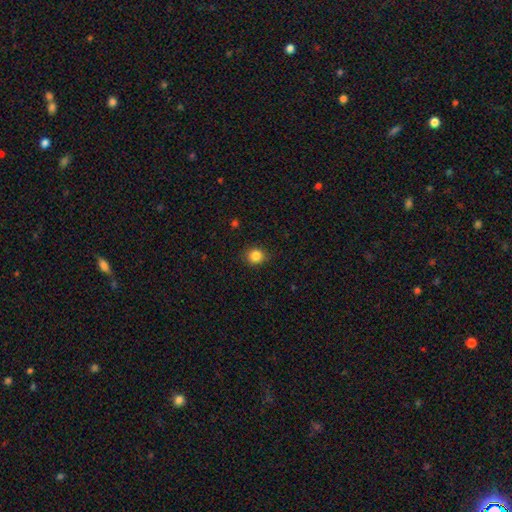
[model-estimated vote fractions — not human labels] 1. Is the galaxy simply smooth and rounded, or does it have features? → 84% smooth, 11% star or artifact, 5% featured or disk.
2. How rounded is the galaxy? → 83% round, 16% in between, 1% cigar-shaped.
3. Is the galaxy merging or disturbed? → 88% none, 9% minor disturbance, 2% major disturbance, 1% merger.